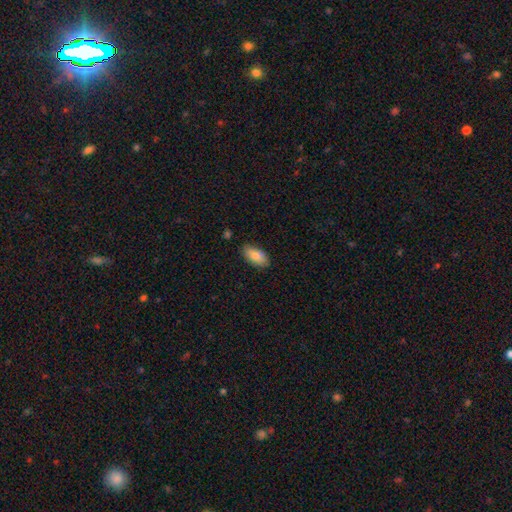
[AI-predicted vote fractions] Q: Smooth or featured?
A: smooth (84%); runner-up: featured or disk (9%)
Q: How rounded?
A: in between (93%); runner-up: cigar-shaped (5%)
Q: Merging?
A: none (85%); runner-up: minor disturbance (11%)